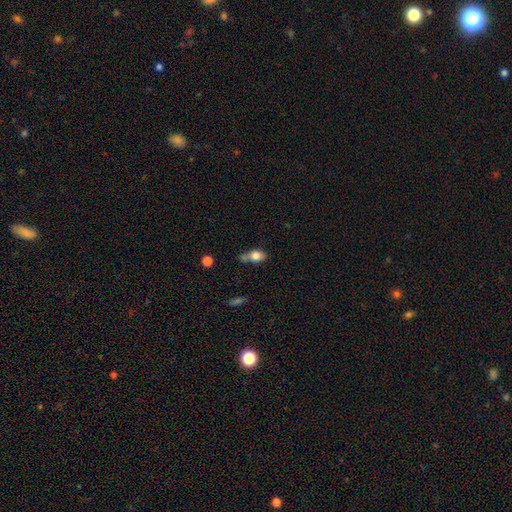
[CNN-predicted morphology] The model was most divided on "merging": none: 42%, merger: 27%, minor disturbance: 24%, major disturbance: 8%. More confident: smooth or featured — smooth (79%); how rounded — in between (77%).